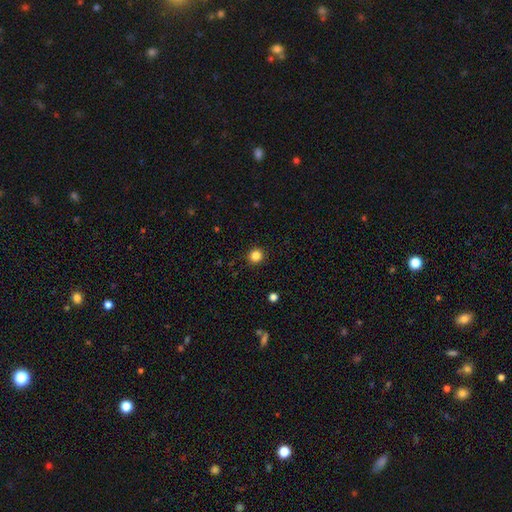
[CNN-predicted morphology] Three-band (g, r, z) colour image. It shows a smooth galaxy with no disk features (84%) that is round (91%). Merging: none (92%).